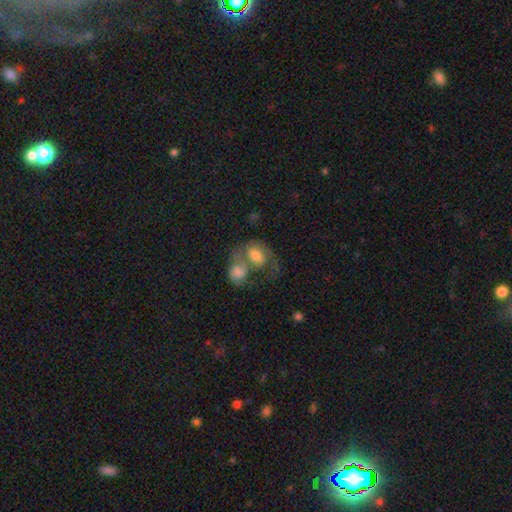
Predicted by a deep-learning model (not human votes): smooth-or-featured: smooth: 53% | featured or disk: 39% | star or artifact: 8%
  how-rounded: in between: 63% | round: 36% | cigar-shaped: 1%
  merging: merger: 65% | none: 15% | major disturbance: 11% | minor disturbance: 8%